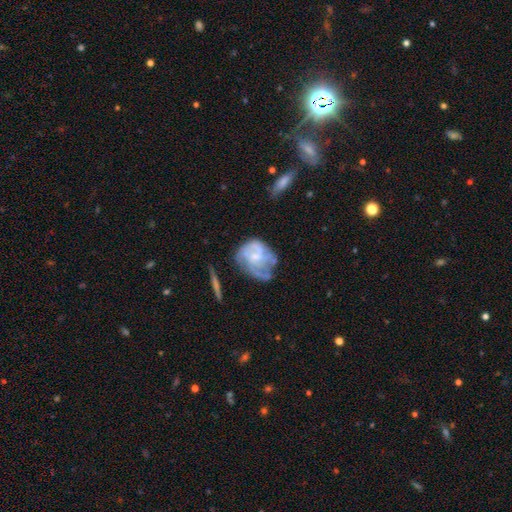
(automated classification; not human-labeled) Overall: featured or disk (71%). Edge-on disk: no (98%). Bar: no (61%; weak 33%). Spiral arms: yes (78%). Spiral arm count: can't tell (40%; 3 23%). Spiral winding: tight (46%; medium 38%). Bulge size: small (42%; moderate 28%). Merging: none (44%; minor disturbance 27%).